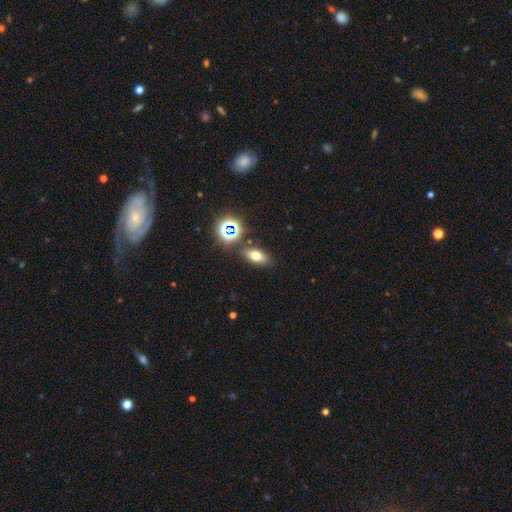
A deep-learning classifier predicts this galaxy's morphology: Smooth or featured? smooth (67%)
How rounded? in between (79%)
Merging? none (81%)